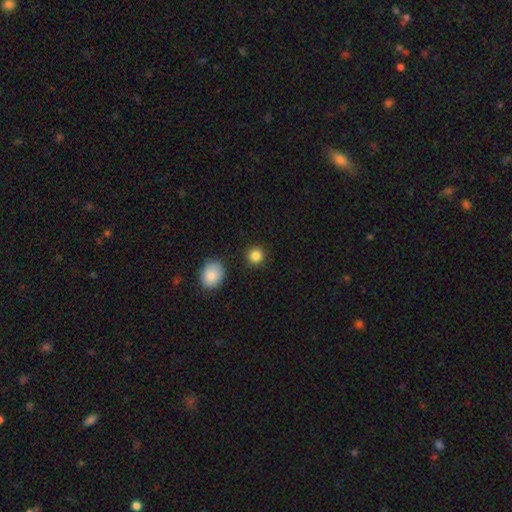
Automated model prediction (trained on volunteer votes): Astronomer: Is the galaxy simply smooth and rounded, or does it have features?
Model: smooth — 86%.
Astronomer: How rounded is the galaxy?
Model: round — 92%.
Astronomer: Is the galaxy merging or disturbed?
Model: none — 89%.